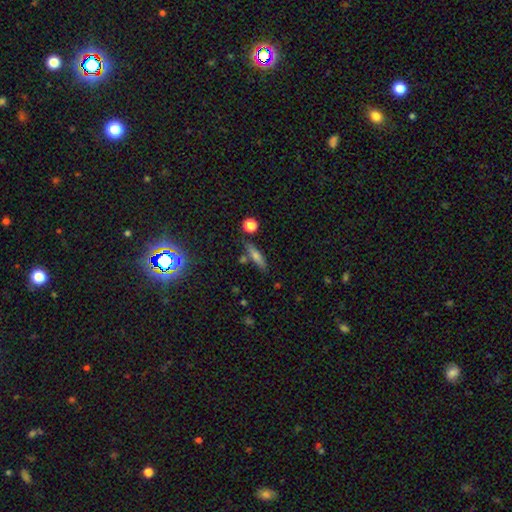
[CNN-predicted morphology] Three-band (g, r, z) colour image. It shows a smooth galaxy with no disk features (58%) that is cigar-shaped (71%). Merging: none (76%).